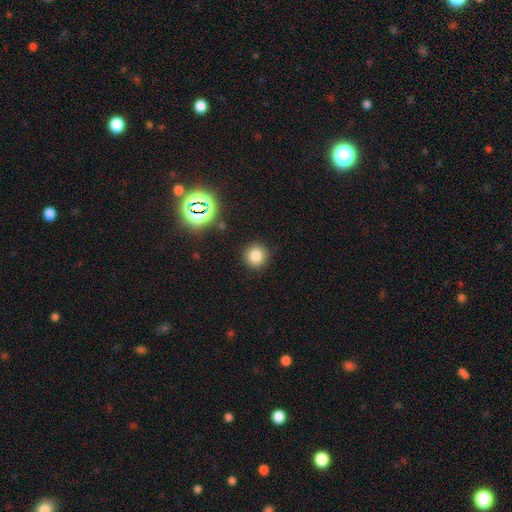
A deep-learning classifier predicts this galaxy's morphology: smooth_or_featured: smooth (p=0.79) [alt: star or artifact p=0.14]
how_rounded: round (p=0.94) [alt: in between p=0.05]
merging: none (p=0.90) [alt: minor disturbance p=0.06]